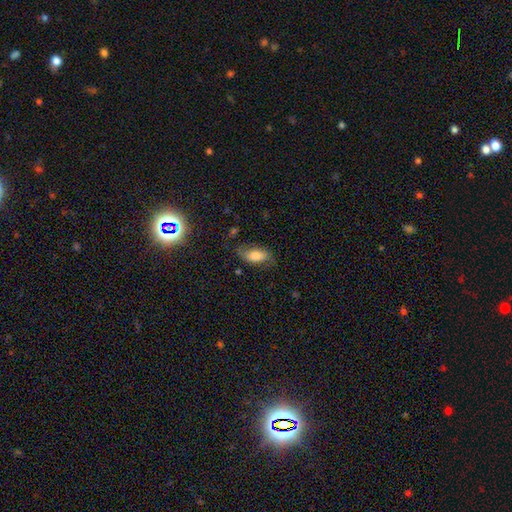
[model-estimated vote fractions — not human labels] Smooth or featured? Predicted: smooth (p=0.66). How rounded? Predicted: in between (p=0.87). Merging? Predicted: none (p=0.65).